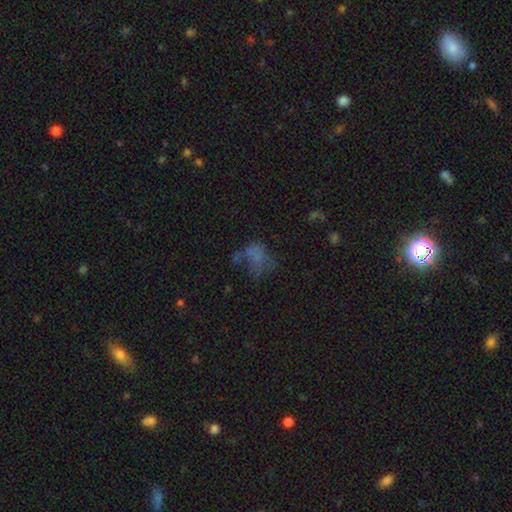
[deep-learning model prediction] Smooth or featured: smooth — 50% (featured or disk — 27%)
How rounded: in between — 65% (round — 33%)
Merging: none — 34% (major disturbance — 31%)